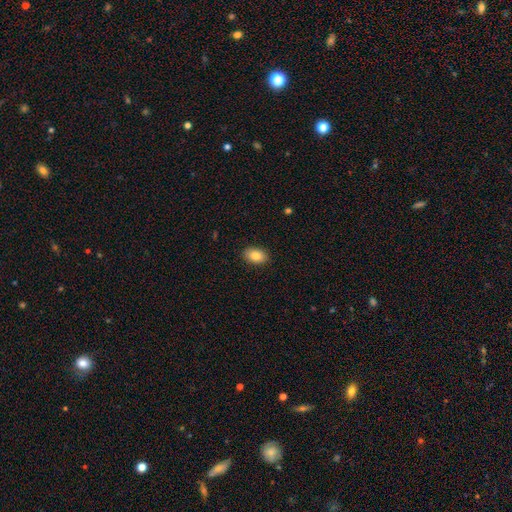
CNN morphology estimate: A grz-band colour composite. It shows a smooth galaxy with no disk features (83%) that is in between round and cigar-shaped (87%). Merging: none (90%).